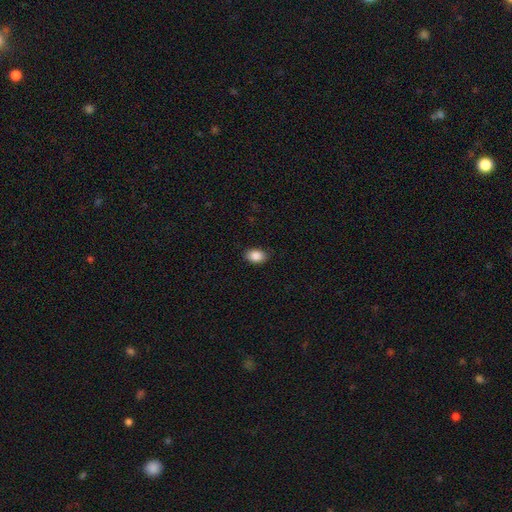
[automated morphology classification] A smooth galaxy with no disk features (88%) that is in between round and cigar-shaped (85%). Merging: none (86%).